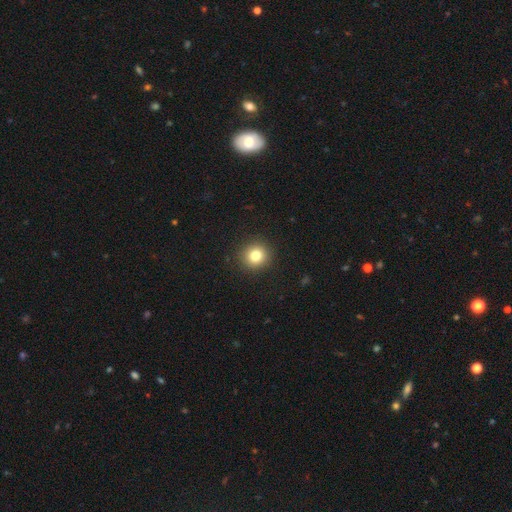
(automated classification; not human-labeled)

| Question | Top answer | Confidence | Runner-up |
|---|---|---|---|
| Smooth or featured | smooth | 81% | star or artifact (12%) |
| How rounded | round | 92% | in between (8%) |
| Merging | none | 92% | minor disturbance (5%) |